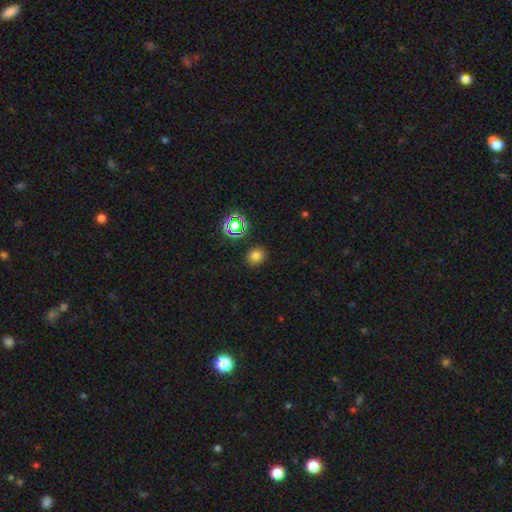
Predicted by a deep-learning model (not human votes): Smooth or featured?
  - smooth: 75% *
  - star or artifact: 19%
  - featured or disk: 6%
How rounded?
  - round: 72% *
  - in between: 27%
  - cigar-shaped: 1%
Merging?
  - none: 87% *
  - minor disturbance: 8%
  - major disturbance: 2%
  - merger: 2%